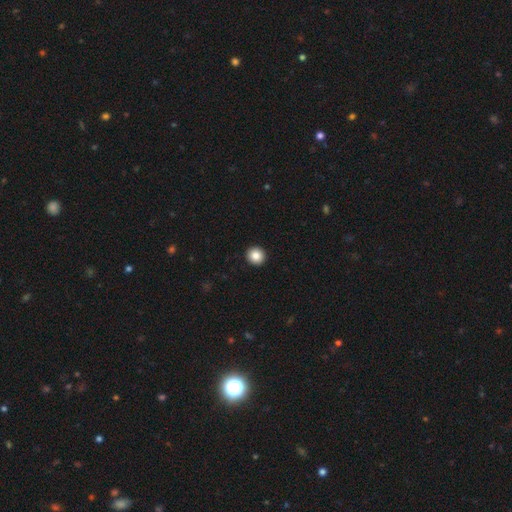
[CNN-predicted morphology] smooth 85%, star or artifact 9%, featured or disk 5%. Down the decision tree: how rounded — round (94%); merging — none (94%).